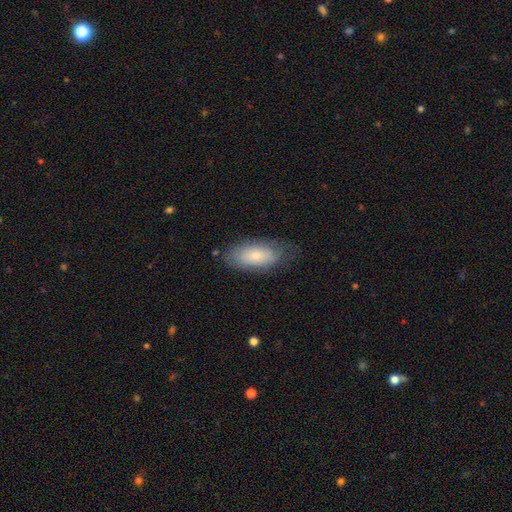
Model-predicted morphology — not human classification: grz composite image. It shows a smooth galaxy with no disk features (74%) that is in between round and cigar-shaped (89%). Merging: none (67%).